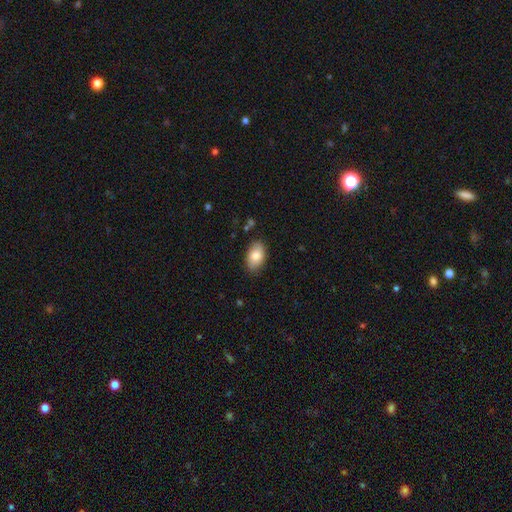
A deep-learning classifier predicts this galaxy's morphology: A smooth galaxy with no disk features (82%) that is in between round and cigar-shaped (92%).

Vote fractions:
- Smooth or featured? smooth: 82% / featured or disk: 11% / star or artifact: 7%
- How rounded? in between: 92% / round: 6% / cigar-shaped: 1%
- Merging? none: 85% / minor disturbance: 11% / major disturbance: 2% / merger: 1%